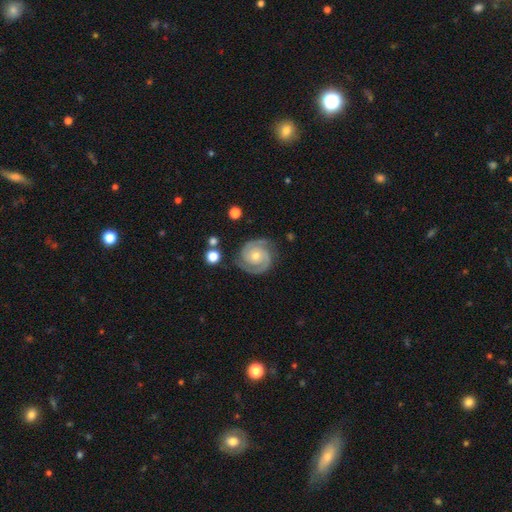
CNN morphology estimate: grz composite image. It shows a featured or disk galaxy (90%) with no bar (73%), 2 (91%) tight (63%) spiral arms (98%) and a moderate central bulge (50%). Merging: none (83%).